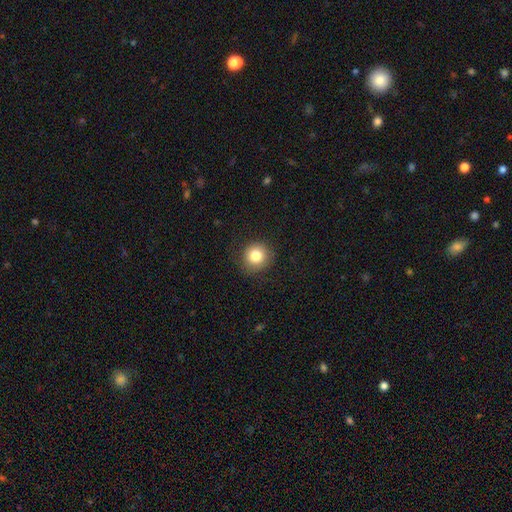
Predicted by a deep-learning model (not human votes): This is clearly a smooth galaxy (82%). How rounded: clearly round (91%). Merging: clearly none (88%).